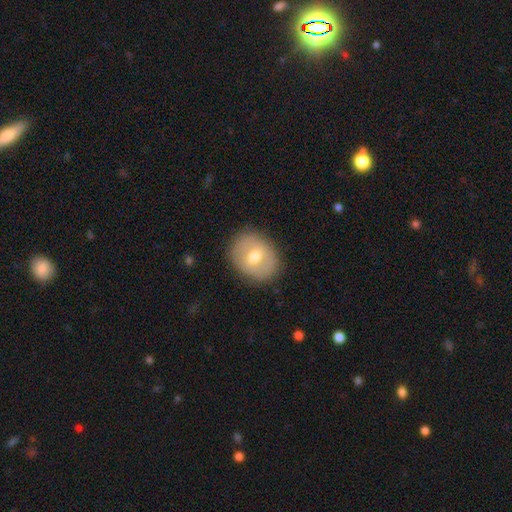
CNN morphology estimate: Smooth or featured? smooth (59%)
How rounded? in between (50%)
Merging? none (86%)